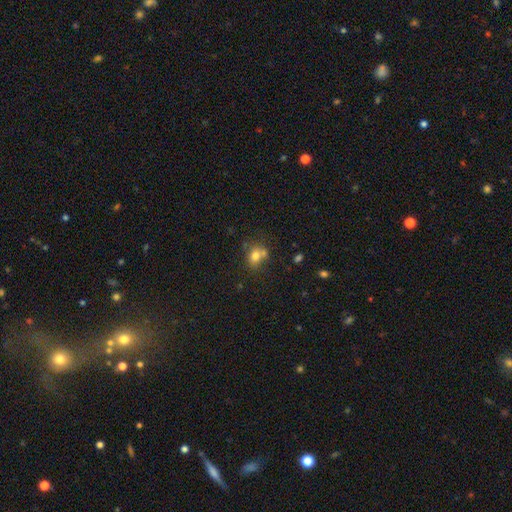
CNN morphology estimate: A smooth galaxy with no disk features (74%) that is round (51%). Merging: none (45%).